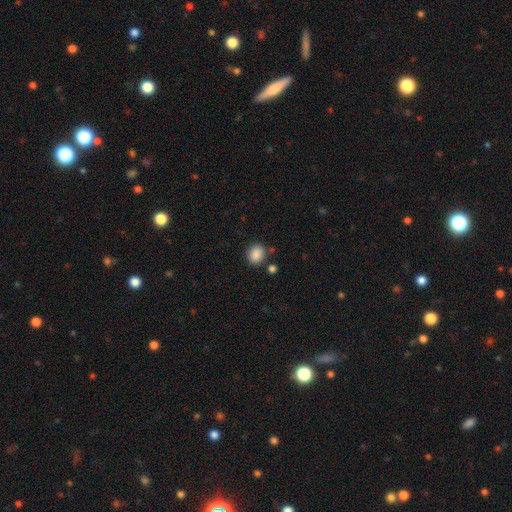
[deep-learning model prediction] Smooth or featured: smooth — 88% (star or artifact — 9%)
How rounded: round — 62% (in between — 37%)
Merging: none — 81% (minor disturbance — 10%)